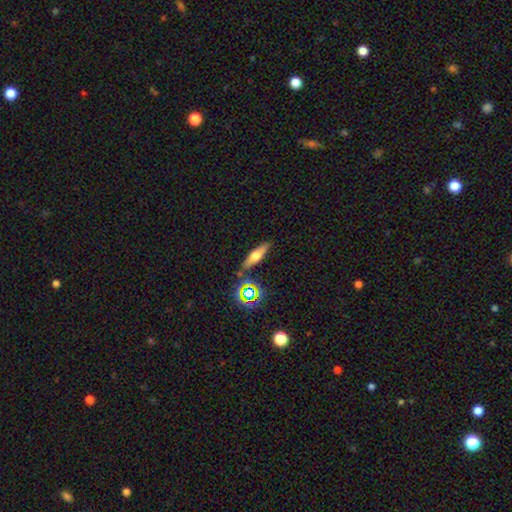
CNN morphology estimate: Smooth or featured: smooth — 48% (featured or disk — 39%)
Merging: none — 81% (minor disturbance — 11%)